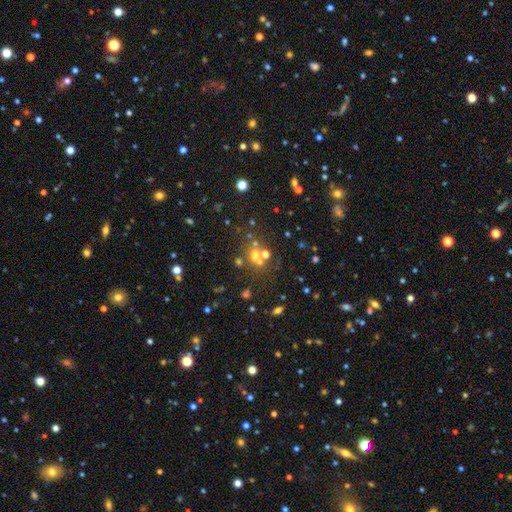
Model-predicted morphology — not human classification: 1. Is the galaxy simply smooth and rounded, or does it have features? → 50% star or artifact, 37% smooth, 13% featured or disk.